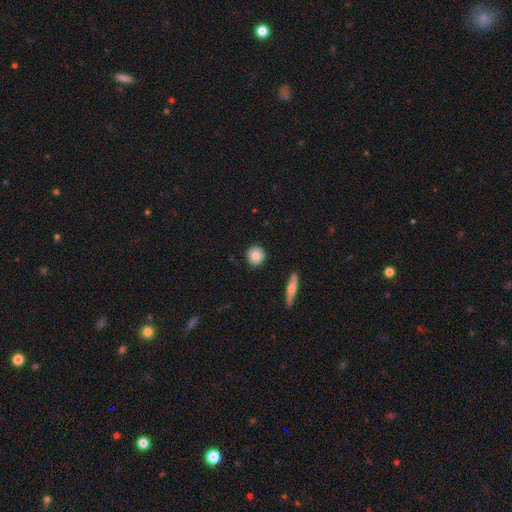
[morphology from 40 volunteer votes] type=smooth (90%); roundness=round (92%); merging=none (95%).